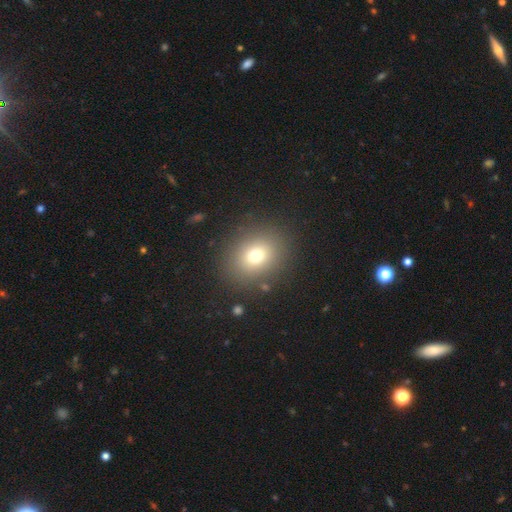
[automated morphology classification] smooth 72%, star or artifact 16%, featured or disk 12%. Down the decision tree: how rounded — round (64%); merging — none (86%).